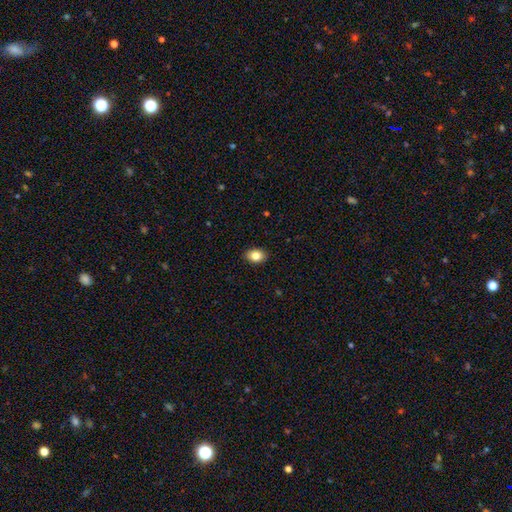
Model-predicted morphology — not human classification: Smooth or featured? smooth (83%)
How rounded? in between (73%)
Merging? none (90%)